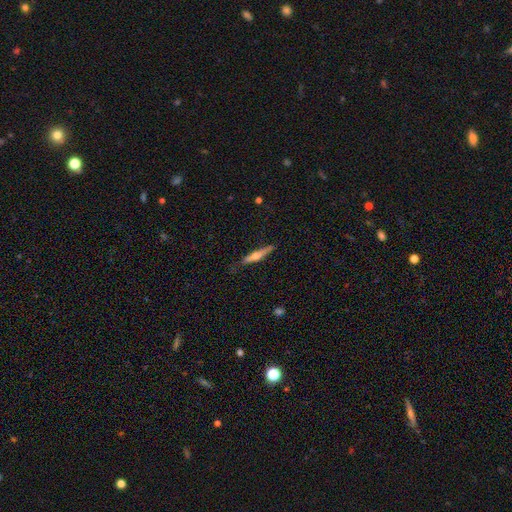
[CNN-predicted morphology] A featured or disk galaxy (56%) viewed edge-on (96%) with a rounded central bulge (85%).

Vote fractions:
- Smooth or featured? featured or disk: 56% / smooth: 38% / star or artifact: 6%
- Edge-on disk? yes: 96% / no: 4%
- Edge-on bulge? rounded: 85% / none: 9% / boxy: 6%
- Merging? none: 81% / minor disturbance: 15% / major disturbance: 3% / merger: 1%